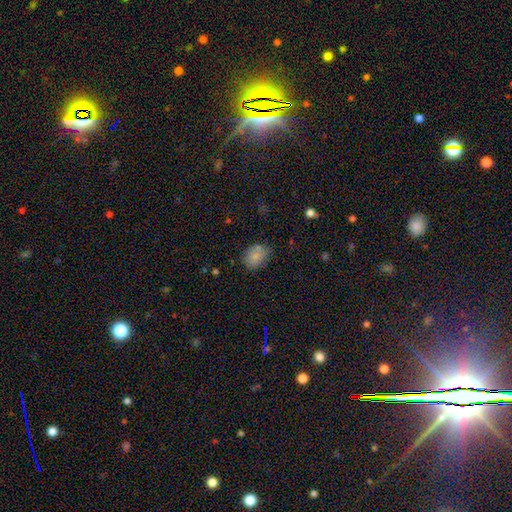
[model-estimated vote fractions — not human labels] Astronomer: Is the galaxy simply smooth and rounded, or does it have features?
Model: smooth — 80%.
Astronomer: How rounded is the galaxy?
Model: in between — 65%.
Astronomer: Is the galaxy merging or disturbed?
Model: none — 67%.